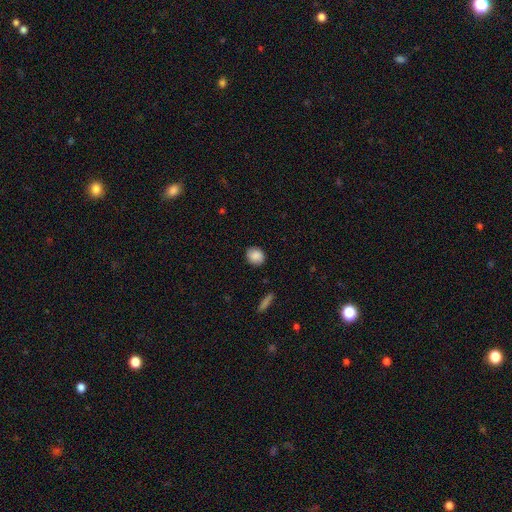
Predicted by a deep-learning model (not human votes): This is clearly a smooth galaxy (87%). How rounded: likely round (69%). Merging: clearly none (86%).